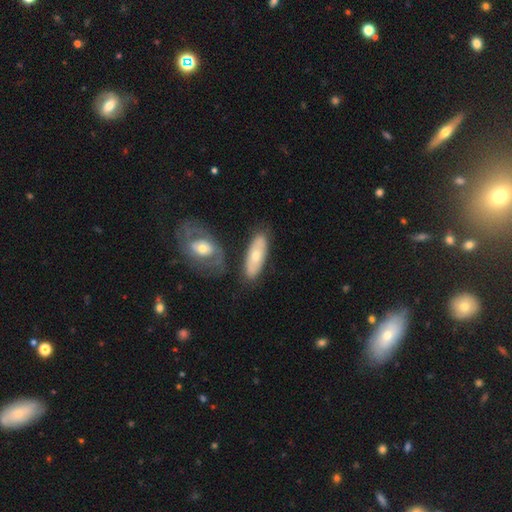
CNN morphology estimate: Smooth or featured? smooth (54%)
How rounded? in between (72%)
Merging? none (71%)